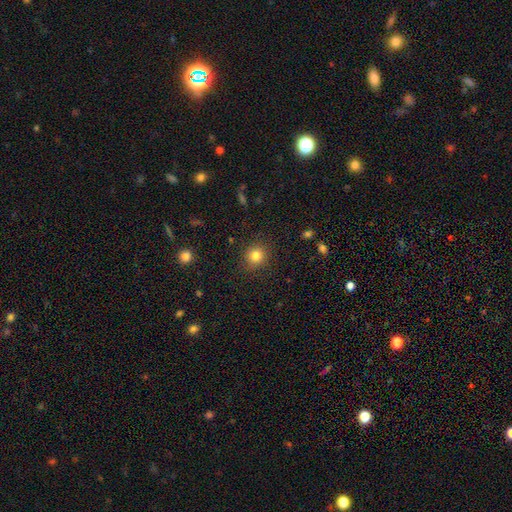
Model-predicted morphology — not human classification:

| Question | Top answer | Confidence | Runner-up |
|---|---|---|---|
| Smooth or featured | smooth | 82% | star or artifact (12%) |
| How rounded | round | 87% | in between (12%) |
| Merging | none | 88% | minor disturbance (8%) |